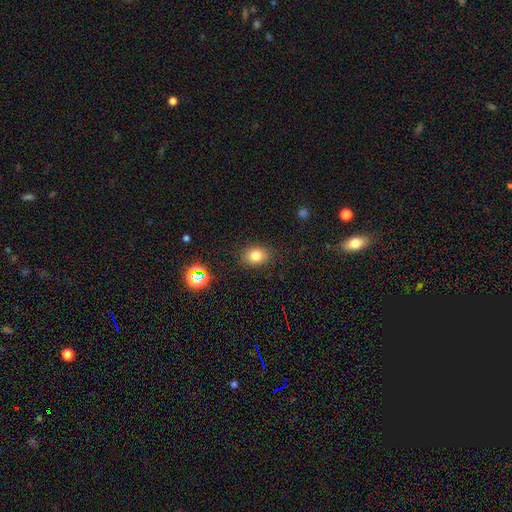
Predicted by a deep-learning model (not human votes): Smooth or featured? smooth (78%)
How rounded? in between (59%)
Merging? none (86%)